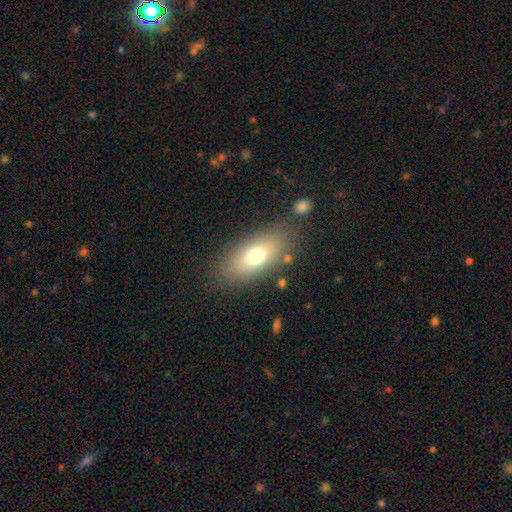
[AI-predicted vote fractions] Morphology: type=smooth (71%); roundness=in between (82%); merging=none (81%).